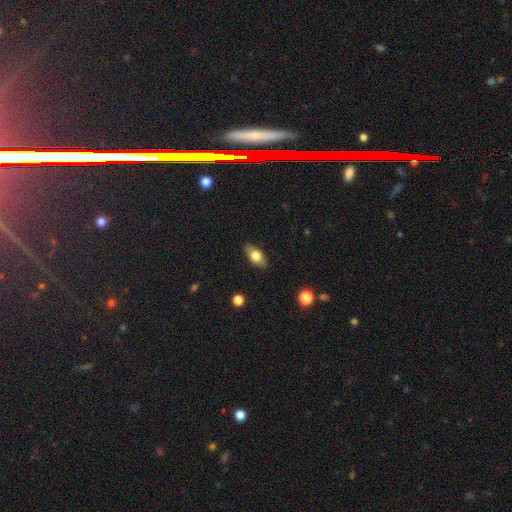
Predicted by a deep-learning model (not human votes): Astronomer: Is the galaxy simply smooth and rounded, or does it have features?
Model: smooth — 74%.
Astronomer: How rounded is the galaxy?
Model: in between — 88%.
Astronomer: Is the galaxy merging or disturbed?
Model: none — 87%.